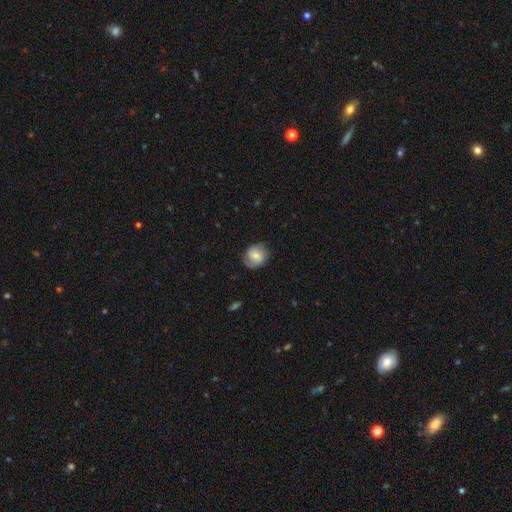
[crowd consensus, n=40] This is likely a featured or disk galaxy (65%). It is clearly not viewed edge-on (100%). Bar: possibly weak (50%). Spiral arm pattern: clearly yes (85%). Spiral arm count: clearly 2 (82%). Spiral winding: marginally medium (41%). Central bulge: possibly small (50%). Merging: likely none (64%).